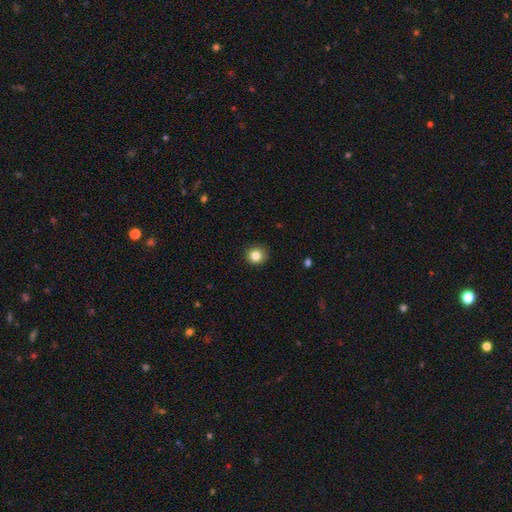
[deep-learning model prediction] Morphology: type=smooth (83%); roundness=round (90%); merging=none (91%).